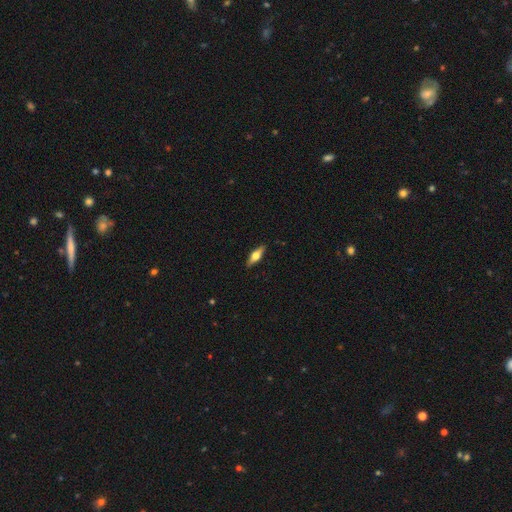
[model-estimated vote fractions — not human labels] featured or disk 56%, smooth 38%, star or artifact 6%. Down the decision tree: edge-on disk — yes (94%); edge-on bulge — rounded (94%); merging — none (89%).